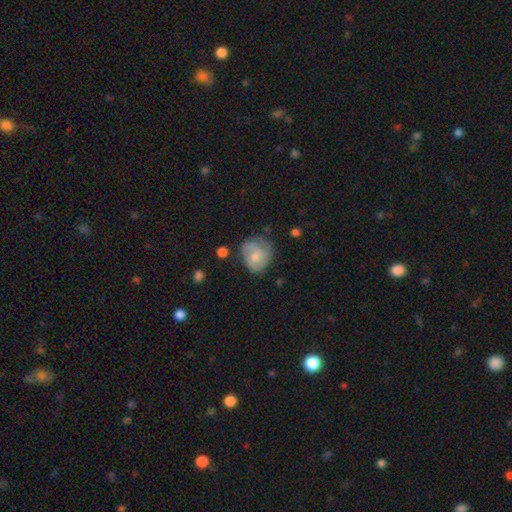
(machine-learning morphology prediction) smooth-or-featured: smooth: 58% | featured or disk: 34% | star or artifact: 8%
  how-rounded: round: 65% | in between: 34% | cigar-shaped: 1%
  merging: none: 49% | minor disturbance: 30% | major disturbance: 17% | merger: 4%